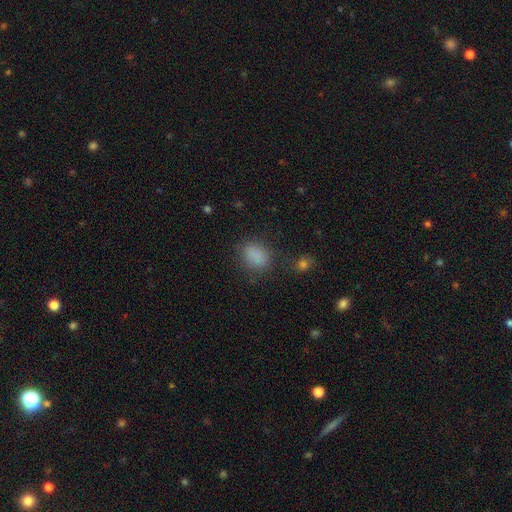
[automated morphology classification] Smooth or featured: smooth — 82% (star or artifact — 12%)
How rounded: in between — 58% (round — 41%)
Merging: none — 73% (minor disturbance — 15%)